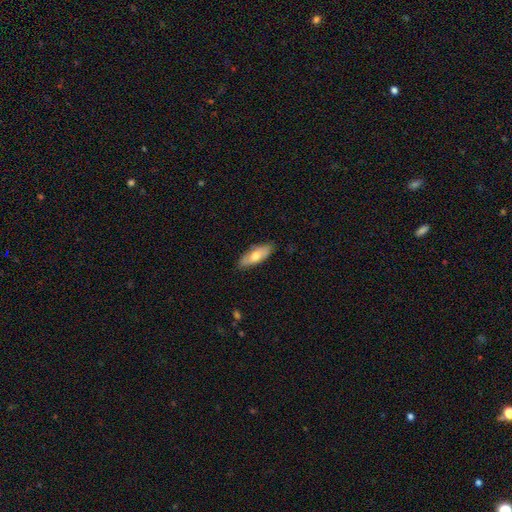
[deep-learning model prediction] A smooth galaxy with no disk features (67%) that is in between round and cigar-shaped (70%). Merging: none (84%).